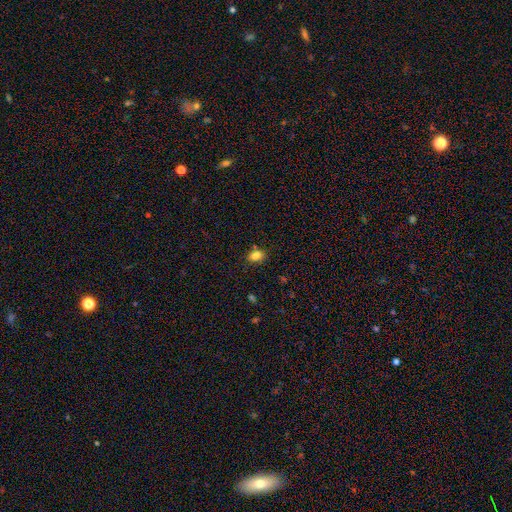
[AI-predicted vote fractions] smooth 82%, star or artifact 12%, featured or disk 6%. Down the decision tree: how rounded — in between (71%); merging — none (76%).